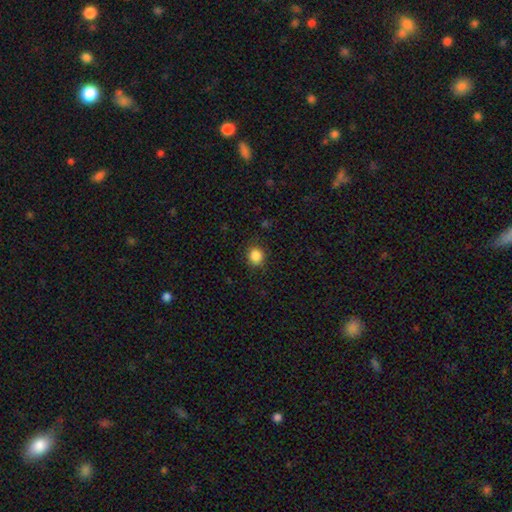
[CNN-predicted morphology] A smooth galaxy with no disk features (86%) that is round (83%). Merging: none (88%).